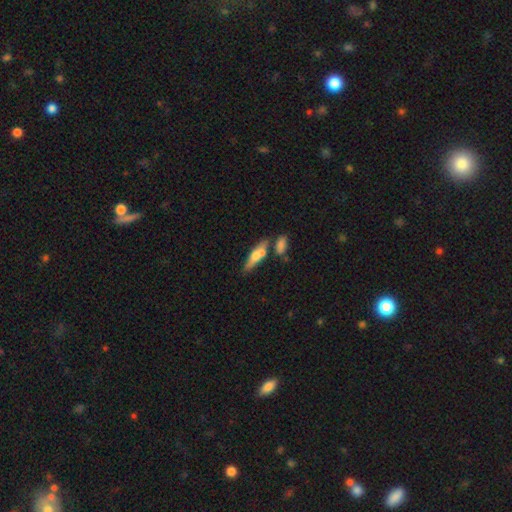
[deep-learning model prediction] smooth-or-featured: smooth: 54% | featured or disk: 39% | star or artifact: 7%
  how-rounded: cigar-shaped: 60% | in between: 37% | round: 3%
  merging: none: 54% | merger: 27% | minor disturbance: 15% | major disturbance: 5%